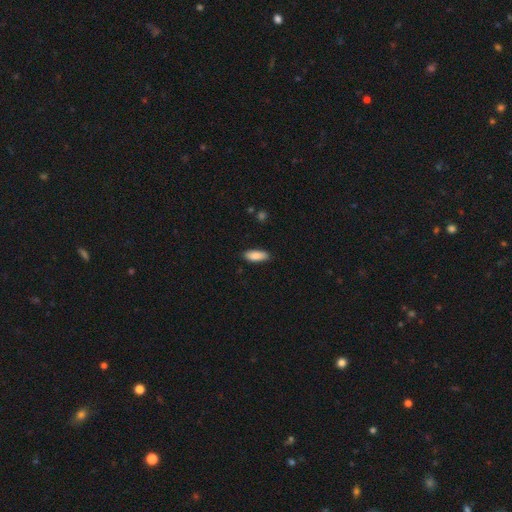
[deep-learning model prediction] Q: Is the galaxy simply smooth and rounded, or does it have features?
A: smooth — 87%.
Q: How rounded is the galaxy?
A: in between — 74%.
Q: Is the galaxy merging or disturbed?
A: none — 87%.